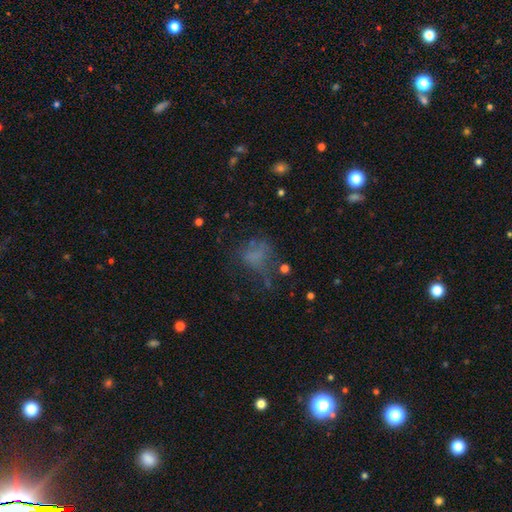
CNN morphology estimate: Q: Smooth or featured?
A: smooth (52%); runner-up: featured or disk (25%)
Q: How rounded?
A: in between (54%); runner-up: round (43%)
Q: Merging?
A: none (38%); runner-up: major disturbance (36%)